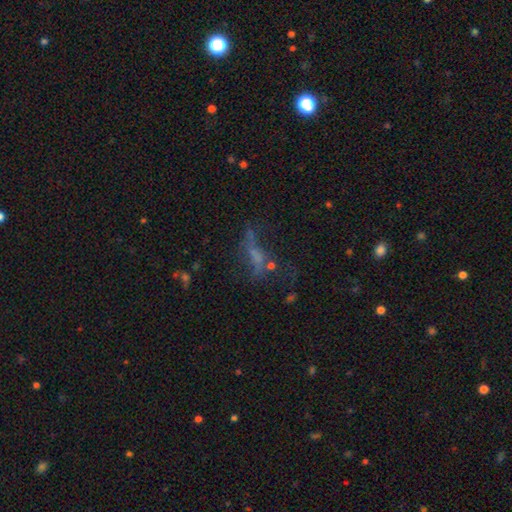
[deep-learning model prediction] featured or disk 38%, smooth 32%, star or artifact 29%. Down the decision tree: merging — none (41%).